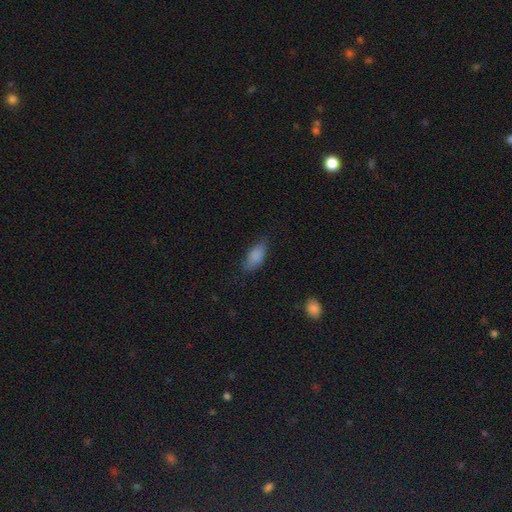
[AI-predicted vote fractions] Smooth or featured? Predicted: smooth (p=0.85). How rounded? Predicted: in between (p=0.86). Merging? Predicted: none (p=0.74).